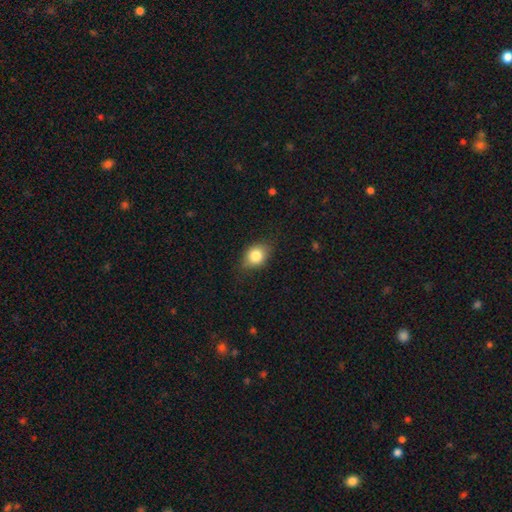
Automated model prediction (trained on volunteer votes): smooth-or-featured: smooth: 81% | featured or disk: 10% | star or artifact: 9%
  how-rounded: in between: 62% | round: 37% | cigar-shaped: 2%
  merging: none: 77% | minor disturbance: 18% | major disturbance: 4% | merger: 1%